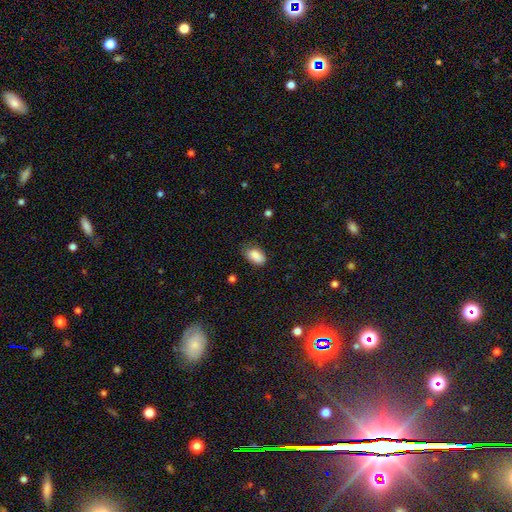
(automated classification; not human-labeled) Smooth or featured? smooth (88%)
How rounded? in between (91%)
Merging? none (68%)